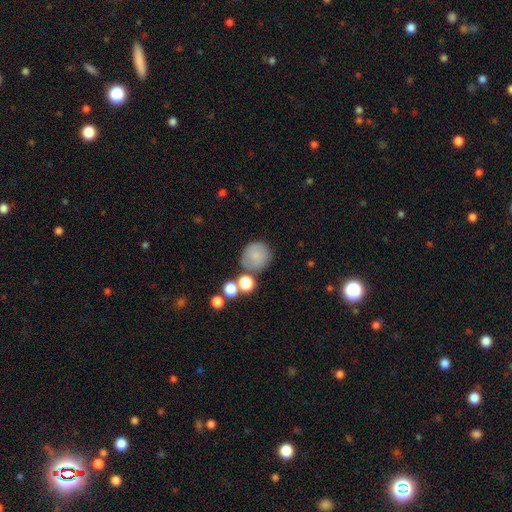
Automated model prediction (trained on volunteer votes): A smooth galaxy with no disk features (78%) that is round (87%).

Vote fractions:
- Smooth or featured? smooth: 78% / featured or disk: 13% / star or artifact: 9%
- How rounded? round: 87% / in between: 12% / cigar-shaped: 1%
- Merging? none: 70% / minor disturbance: 14% / merger: 11% / major disturbance: 5%